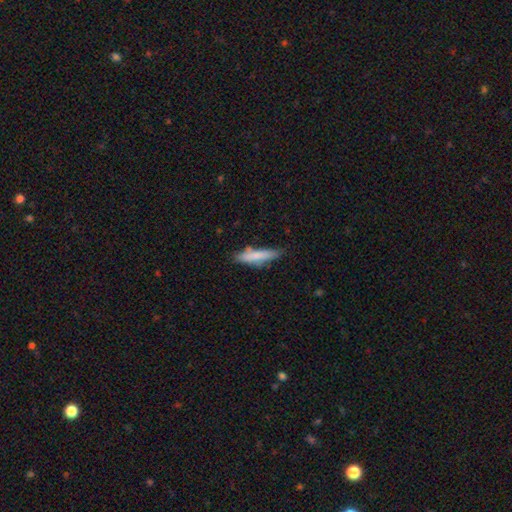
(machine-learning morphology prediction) type=smooth (75%); roundness=cigar-shaped (80%); merging=none (71%).